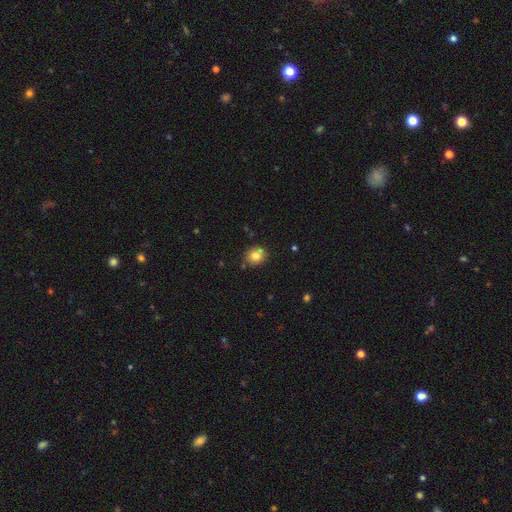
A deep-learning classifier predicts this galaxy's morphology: The model was most divided on "how rounded": round: 77%, in between: 22%, cigar-shaped: 1%. More confident: merging — none (83%); smooth or featured — smooth (81%).